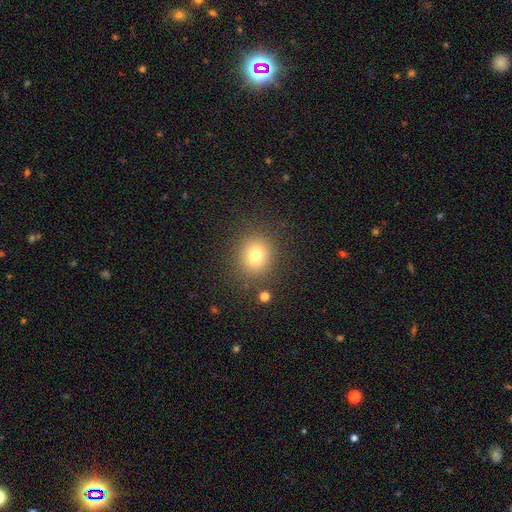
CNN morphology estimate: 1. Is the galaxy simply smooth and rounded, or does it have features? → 75% smooth, 15% star or artifact, 10% featured or disk.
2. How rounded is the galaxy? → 87% round, 12% in between, 1% cigar-shaped.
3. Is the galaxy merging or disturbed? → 87% none, 8% minor disturbance, 4% major disturbance, 2% merger.